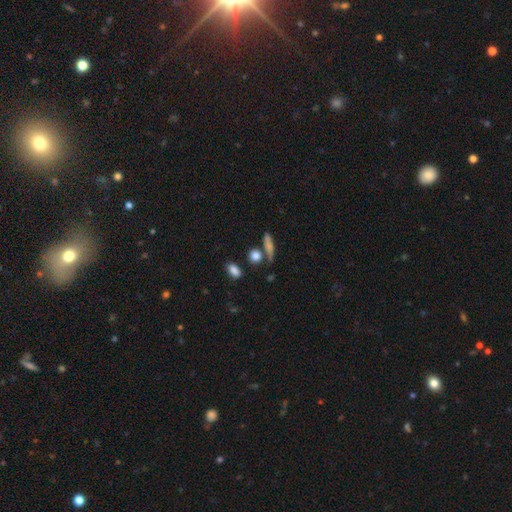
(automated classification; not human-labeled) Smooth or featured? Predicted: smooth (p=0.79). How rounded? Predicted: round (p=0.39). Merging? Predicted: none (p=0.68).